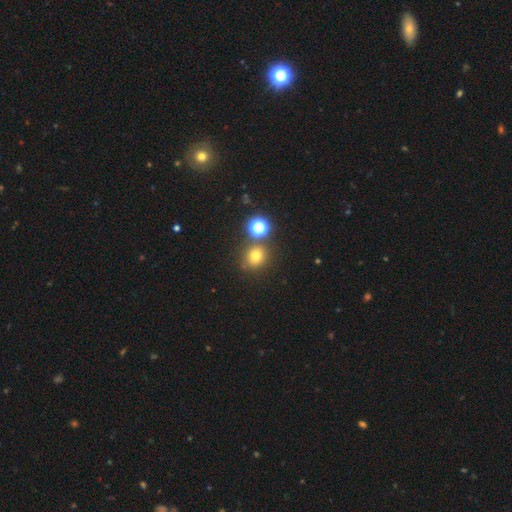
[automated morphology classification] smooth 70%, star or artifact 21%, featured or disk 8%. Down the decision tree: how rounded — round (83%); merging — none (74%).